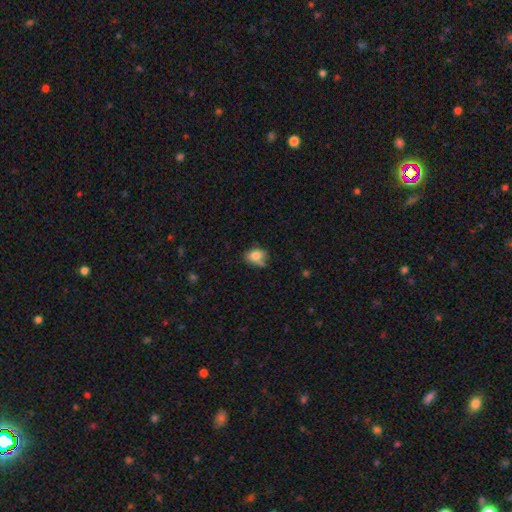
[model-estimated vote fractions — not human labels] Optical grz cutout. It shows a smooth galaxy with no disk features (77%) that is in between round and cigar-shaped (59%). Merging: none (52%).